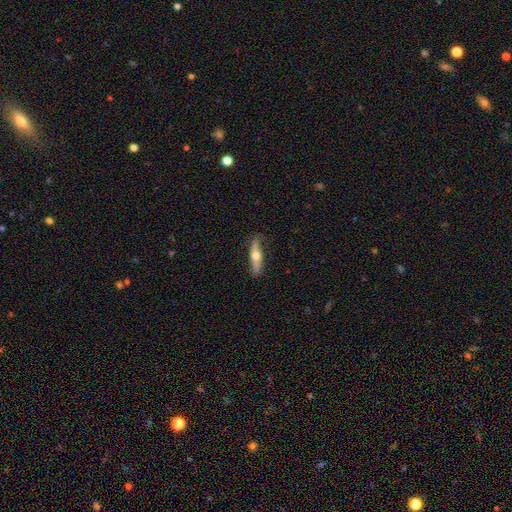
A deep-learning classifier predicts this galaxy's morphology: Smooth or featured? Predicted: featured or disk (p=0.48). Merging? Predicted: none (p=0.78).